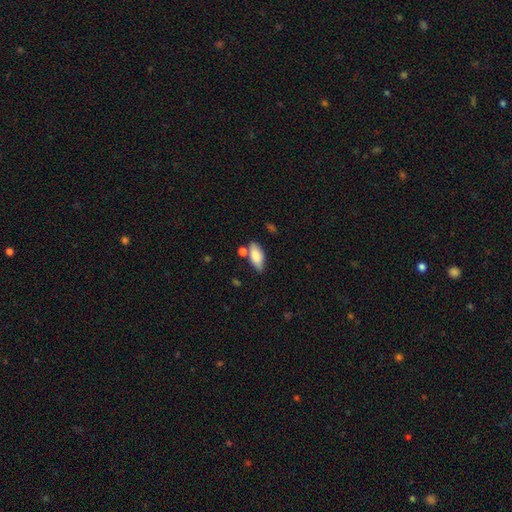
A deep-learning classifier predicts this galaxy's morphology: This is clearly a smooth galaxy (81%). How rounded: clearly in between (86%). Merging: likely none (67%).